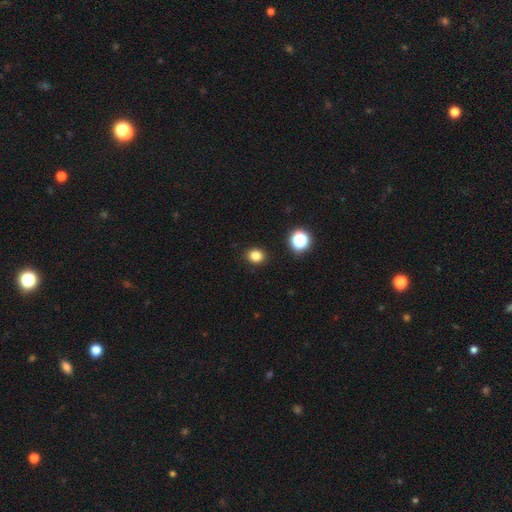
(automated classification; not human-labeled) A smooth galaxy with no disk features (82%) that is round (66%).

Vote fractions:
- Smooth or featured? smooth: 82% / star or artifact: 14% / featured or disk: 4%
- How rounded? round: 66% / in between: 34% / cigar-shaped: 1%
- Merging? none: 90% / minor disturbance: 6% / major disturbance: 2% / merger: 1%